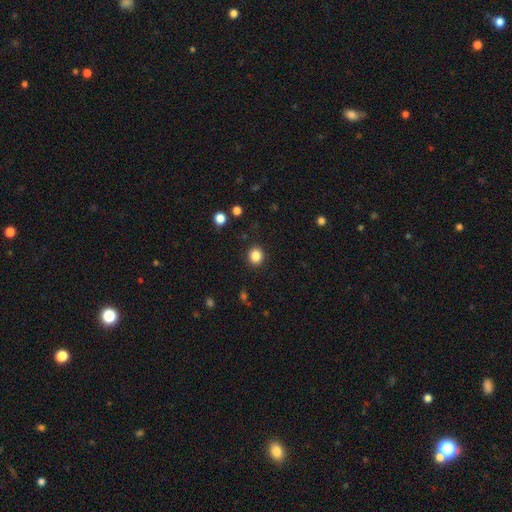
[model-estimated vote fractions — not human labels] Overall: smooth (85%). How rounded: round (79%). Merging: none (90%).